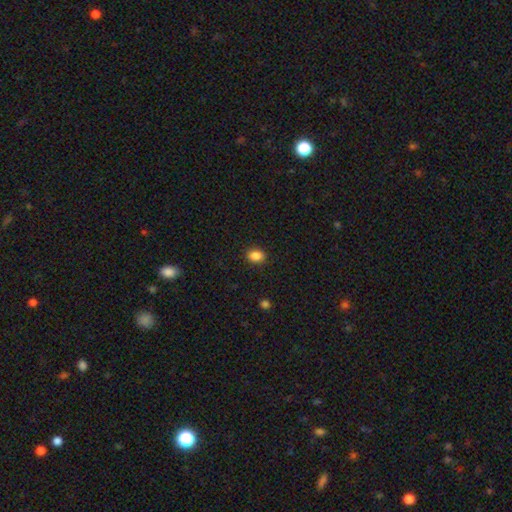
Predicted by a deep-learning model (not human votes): smooth 87%, star or artifact 10%, featured or disk 3%. Down the decision tree: how rounded — in between (66%); merging — none (88%).